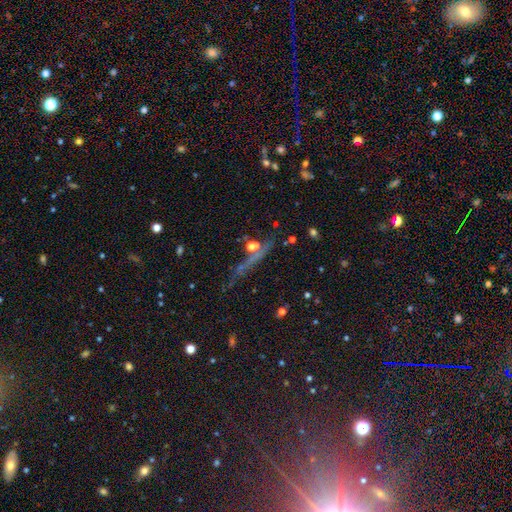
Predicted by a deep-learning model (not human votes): A star or artifact, not a galaxy (45%).

Vote fractions:
- Smooth or featured? star or artifact: 45% / featured or disk: 29% / smooth: 26%